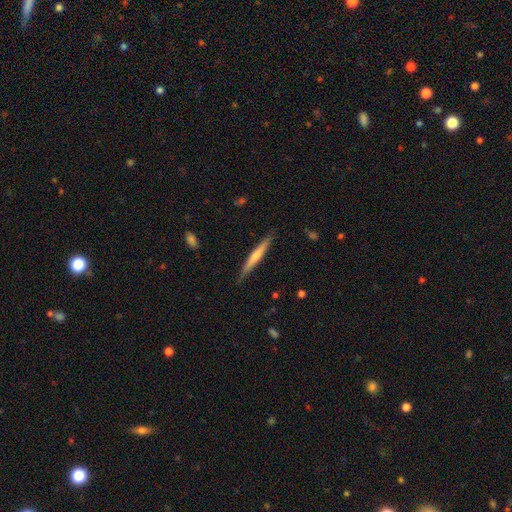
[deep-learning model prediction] A featured or disk galaxy (54%) viewed edge-on (97%) with a rounded central bulge (59%). Merging: none (89%).